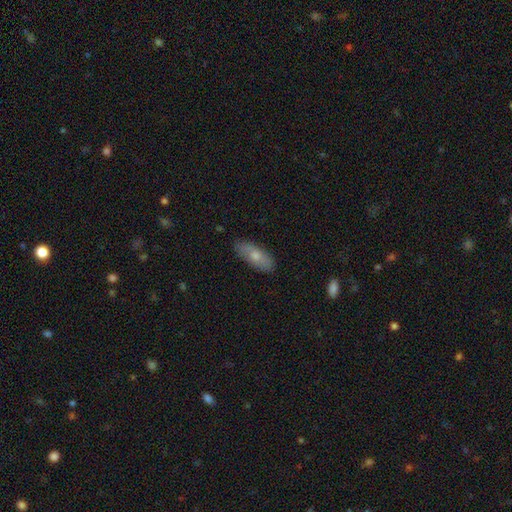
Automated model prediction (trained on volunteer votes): smooth-or-featured: smooth: 70% | featured or disk: 24% | star or artifact: 6%
  how-rounded: in between: 76% | cigar-shaped: 21% | round: 3%
  merging: none: 83% | minor disturbance: 14% | major disturbance: 2% | merger: 1%